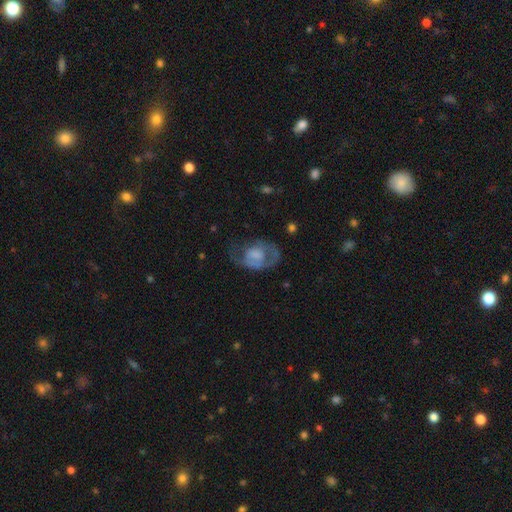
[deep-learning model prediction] featured or disk 51%, smooth 41%, star or artifact 8%. Down the decision tree: edge-on disk — no (96%); merging — none (38%).